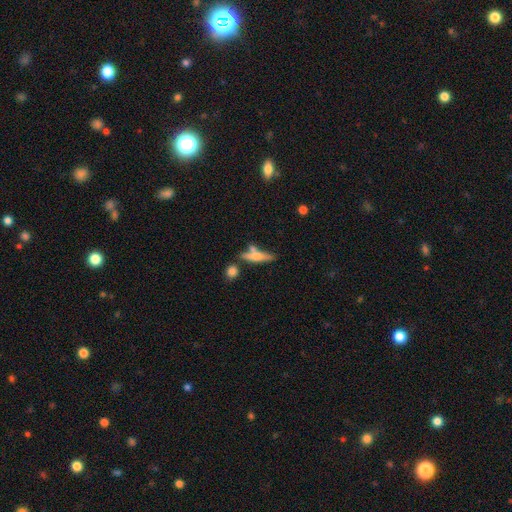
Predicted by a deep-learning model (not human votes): This is possibly a smooth galaxy (54%). How rounded: likely cigar-shaped (77%). Merging: possibly none (58%).